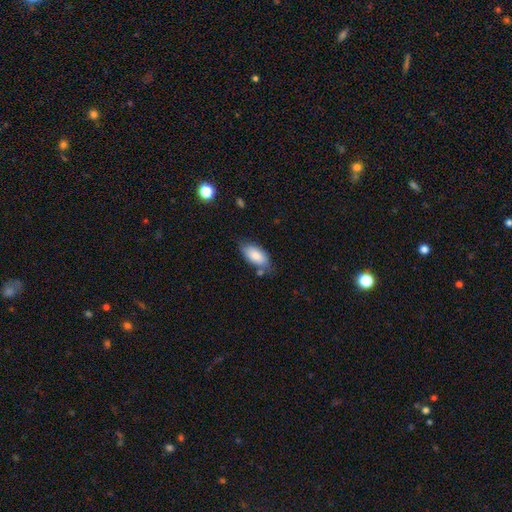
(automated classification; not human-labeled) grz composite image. It shows a smooth galaxy with no disk features (84%) that is in between round and cigar-shaped (91%). Merging: none (65%).